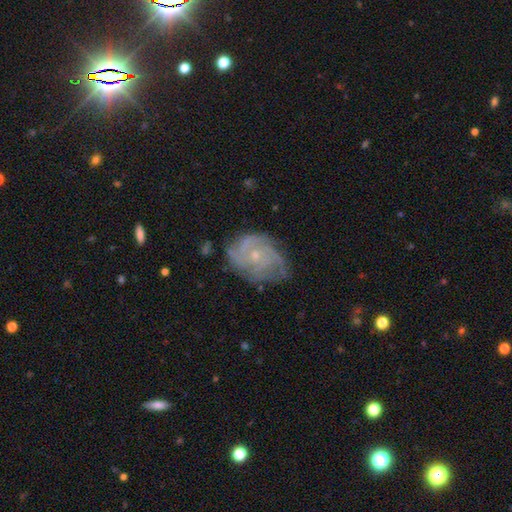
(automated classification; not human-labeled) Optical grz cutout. It shows a featured or disk galaxy (79%) with no bar (78%), tight (55%) spiral arms (93%) and a small central bulge (73%). Merging: none (66%).